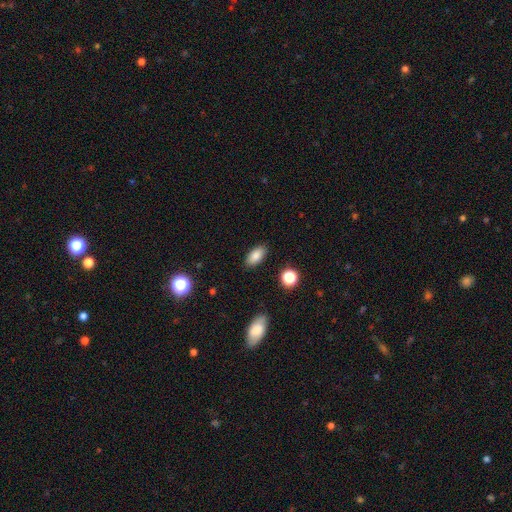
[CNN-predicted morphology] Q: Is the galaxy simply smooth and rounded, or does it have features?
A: smooth — 84%.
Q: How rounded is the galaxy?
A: in between — 90%.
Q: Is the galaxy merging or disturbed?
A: none — 87%.